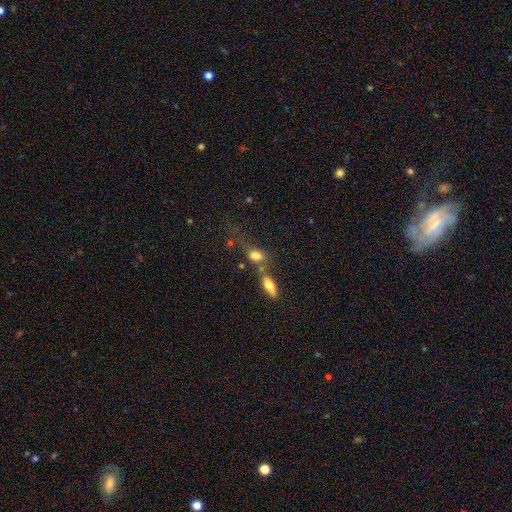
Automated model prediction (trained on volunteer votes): Morphology: type=smooth (76%); roundness=in between (75%); merging=merger (37%, tied with none).